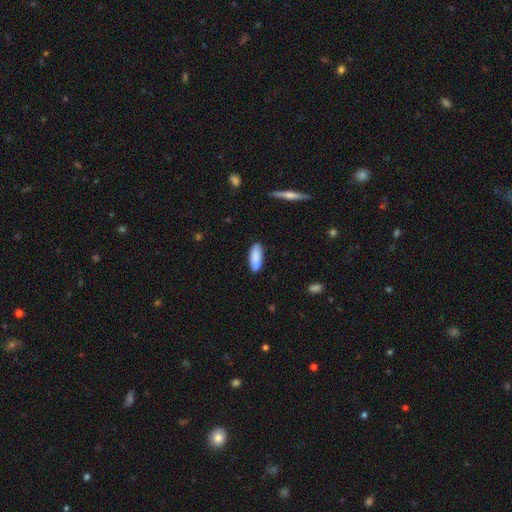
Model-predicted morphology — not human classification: type=smooth (81%); roundness=in between (71%); merging=none (66%).